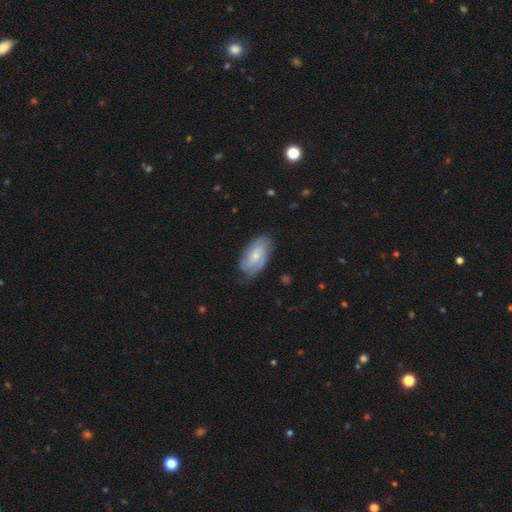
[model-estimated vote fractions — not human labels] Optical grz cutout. It shows a featured or disk galaxy (61%) with no bar (50%), spiral arms (86%) and a small central bulge (55%). Merging: none (71%).